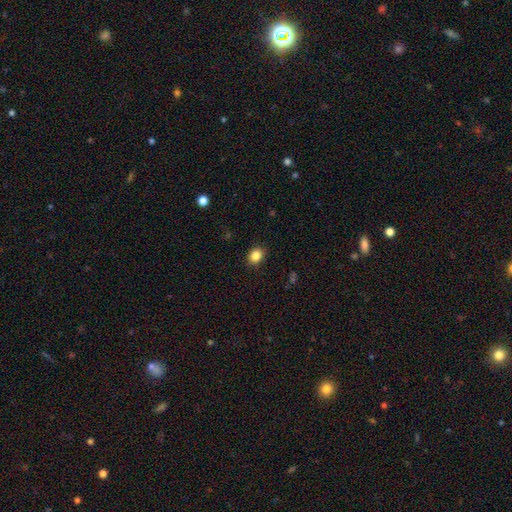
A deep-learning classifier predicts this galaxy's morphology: Overall: smooth (85%). How rounded: round (54%; in between 45%). Merging: none (89%).